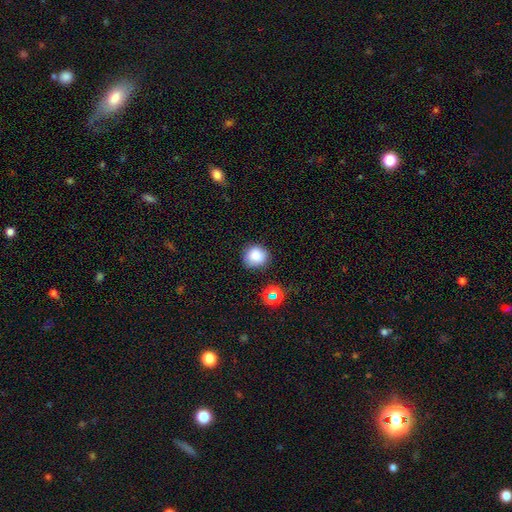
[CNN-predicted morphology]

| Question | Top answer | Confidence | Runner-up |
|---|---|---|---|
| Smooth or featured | smooth | 82% | star or artifact (12%) |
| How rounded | round | 88% | in between (11%) |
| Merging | none | 82% | minor disturbance (12%) |